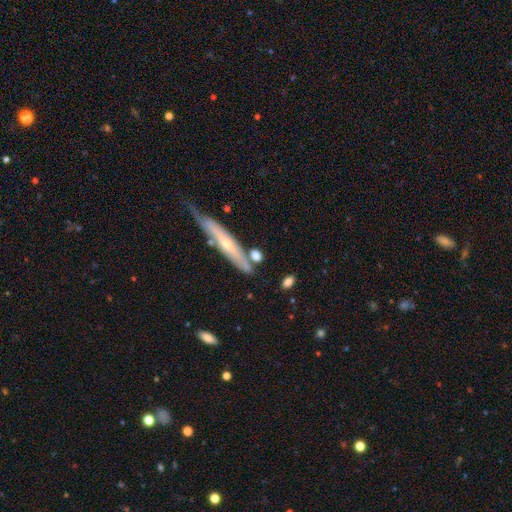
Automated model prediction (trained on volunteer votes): This appears to be a smooth galaxy with no disk features (64%) that is cigar-shaped (48%). Merging: none (69%).